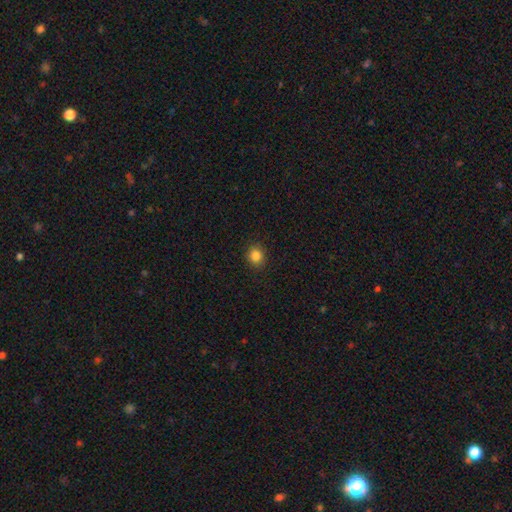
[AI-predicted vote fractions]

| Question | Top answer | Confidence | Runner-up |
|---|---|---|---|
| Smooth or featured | smooth | 84% | star or artifact (11%) |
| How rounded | round | 82% | in between (17%) |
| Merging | none | 91% | minor disturbance (6%) |